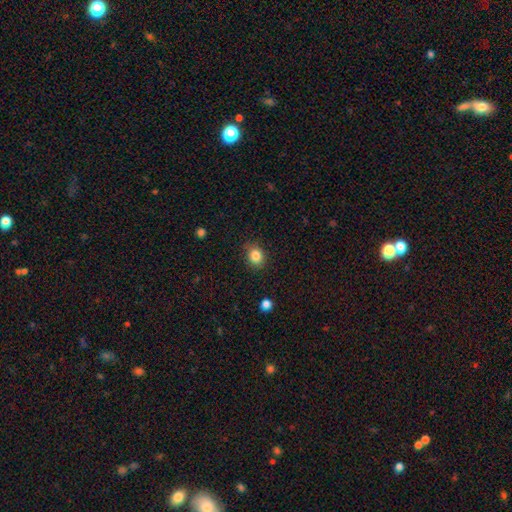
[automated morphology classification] This is clearly a smooth galaxy (84%). How rounded: likely round (65%). Merging: clearly none (83%).